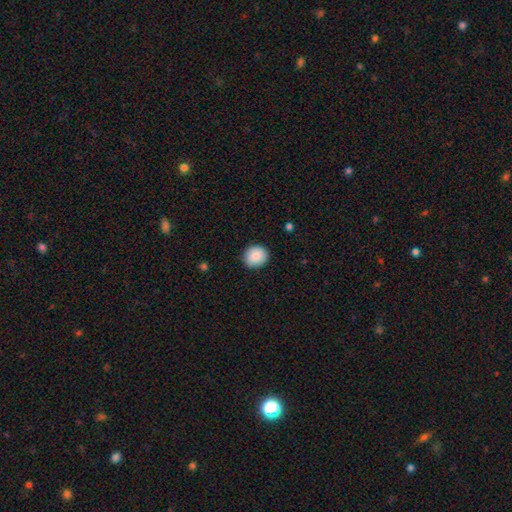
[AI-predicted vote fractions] Smooth or featured?
  - smooth: 89% *
  - star or artifact: 7%
  - featured or disk: 4%
How rounded?
  - round: 78% *
  - in between: 21%
  - cigar-shaped: 1%
Merging?
  - none: 88% *
  - minor disturbance: 9%
  - major disturbance: 2%
  - merger: 1%